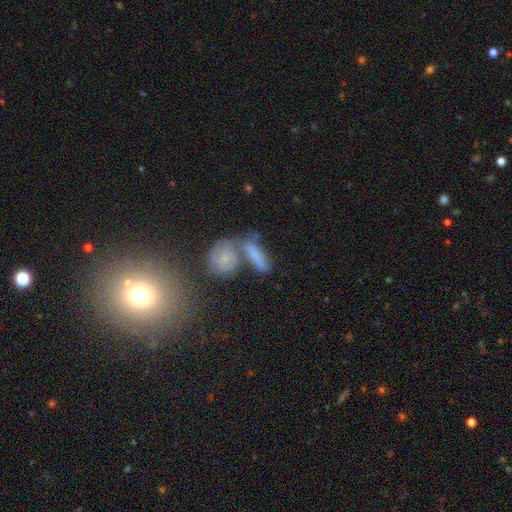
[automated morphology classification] Smooth or featured: smooth — 66% (featured or disk — 24%)
How rounded: cigar-shaped — 45% (tied with in between — 45%)
Merging: merger — 44% (none — 37%)